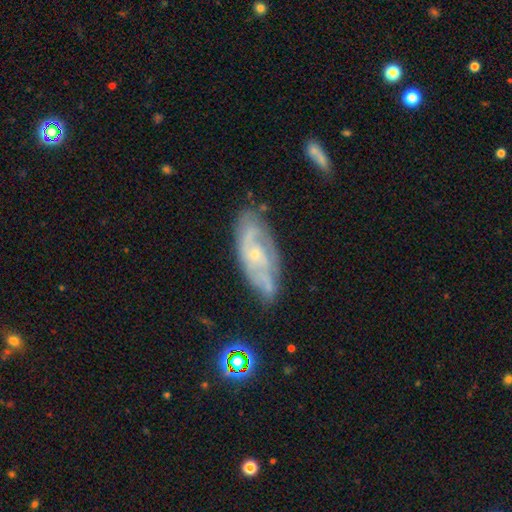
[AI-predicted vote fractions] featured or disk 75%, smooth 17%, star or artifact 8%. Down the decision tree: edge-on disk — no (89%); bar — no (68%); spiral arms — yes (87%); spiral arm count — can't tell (40%); spiral winding — tight (50%); bulge size — small (71%); merging — none (65%).